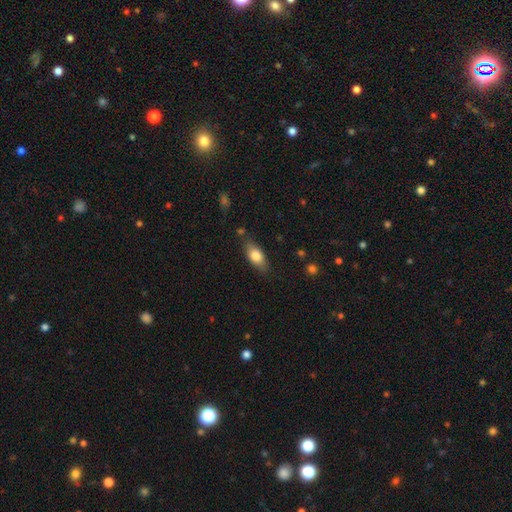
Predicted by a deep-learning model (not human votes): Smooth or featured?
  - smooth: 76% *
  - featured or disk: 17%
  - star or artifact: 7%
How rounded?
  - in between: 83% *
  - cigar-shaped: 12%
  - round: 5%
Merging?
  - none: 76% *
  - minor disturbance: 17%
  - major disturbance: 4%
  - merger: 3%